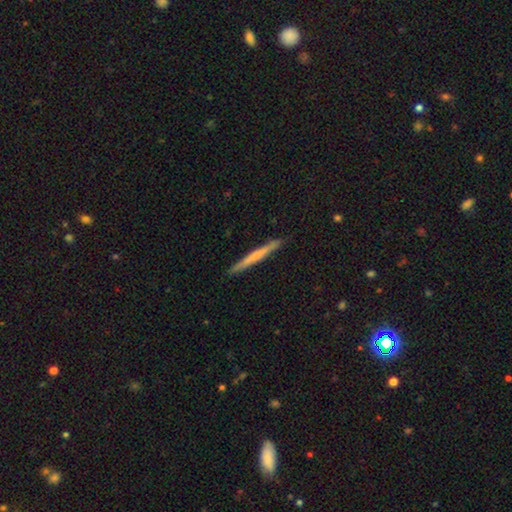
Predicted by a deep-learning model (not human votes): Smooth or featured: smooth — 49% (featured or disk — 46%)
Merging: none — 90% (minor disturbance — 7%)